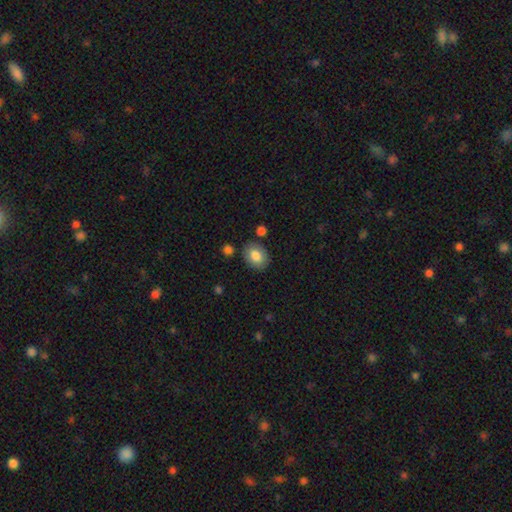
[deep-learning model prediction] smooth_or_featured: smooth (p=0.83) [alt: featured or disk p=0.10]
how_rounded: in between (p=0.66) [alt: round p=0.33]
merging: none (p=0.82) [alt: minor disturbance p=0.11]